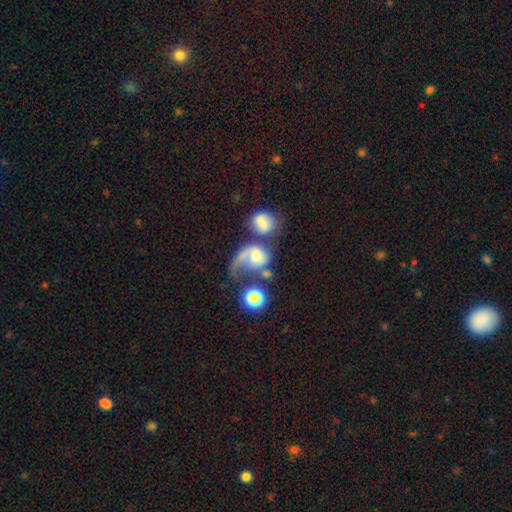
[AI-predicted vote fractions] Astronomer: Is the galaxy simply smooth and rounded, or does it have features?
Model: featured or disk — 54% (runner-up: smooth, 37%).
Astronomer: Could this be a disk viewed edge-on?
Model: no — 97%.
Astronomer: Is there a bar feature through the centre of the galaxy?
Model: no — 67%.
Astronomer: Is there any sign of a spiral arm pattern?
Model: yes — 79%.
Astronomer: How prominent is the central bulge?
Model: moderate — 46% (runner-up: small, 30%).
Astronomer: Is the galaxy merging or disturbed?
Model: merger — 37% (runner-up: major disturbance, 31%).